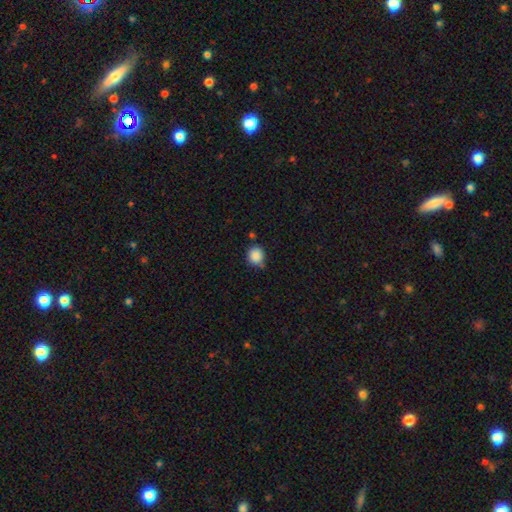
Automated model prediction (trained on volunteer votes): This appears to be a smooth galaxy with no disk features (87%) that is round (79%). Merging: none (72%).